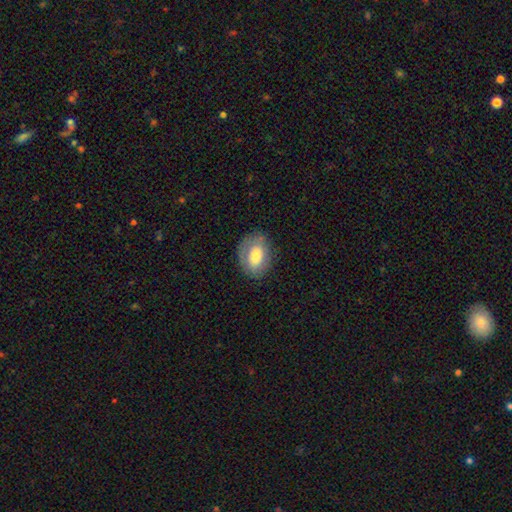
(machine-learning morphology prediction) Smooth or featured: smooth — 70% (featured or disk — 23%)
How rounded: in between — 79% (round — 20%)
Merging: none — 76% (minor disturbance — 17%)